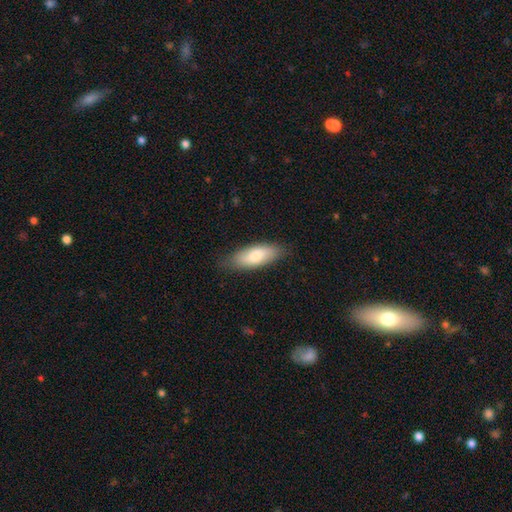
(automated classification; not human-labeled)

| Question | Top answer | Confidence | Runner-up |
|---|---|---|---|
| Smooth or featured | smooth | 79% | featured or disk (15%) |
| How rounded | in between | 76% | cigar-shaped (22%) |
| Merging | none | 80% | minor disturbance (16%) |